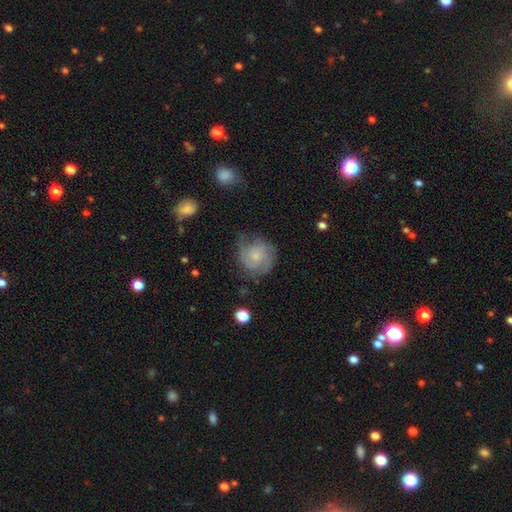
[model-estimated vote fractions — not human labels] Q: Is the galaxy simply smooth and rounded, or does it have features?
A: featured or disk — 62%.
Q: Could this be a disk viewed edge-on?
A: no — 98%.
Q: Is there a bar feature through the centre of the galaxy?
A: no — 74%.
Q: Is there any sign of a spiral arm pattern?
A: yes — 89%.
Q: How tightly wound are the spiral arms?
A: tight — 47%.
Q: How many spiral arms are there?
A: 2 — 52%.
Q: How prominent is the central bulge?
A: small — 61%.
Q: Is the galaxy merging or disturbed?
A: none — 61%.